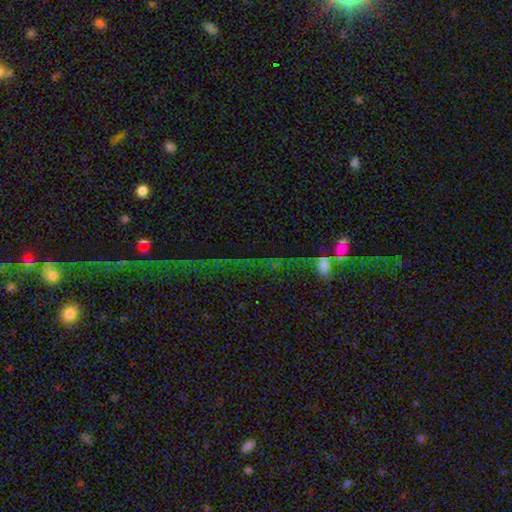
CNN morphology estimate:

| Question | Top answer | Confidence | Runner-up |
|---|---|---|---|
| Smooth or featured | star or artifact | 60% | featured or disk (20%) |